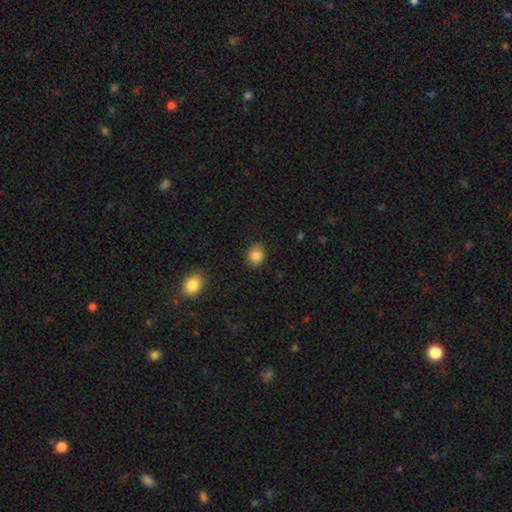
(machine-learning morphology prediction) type=smooth (85%); roundness=round (53%); merging=none (85%).